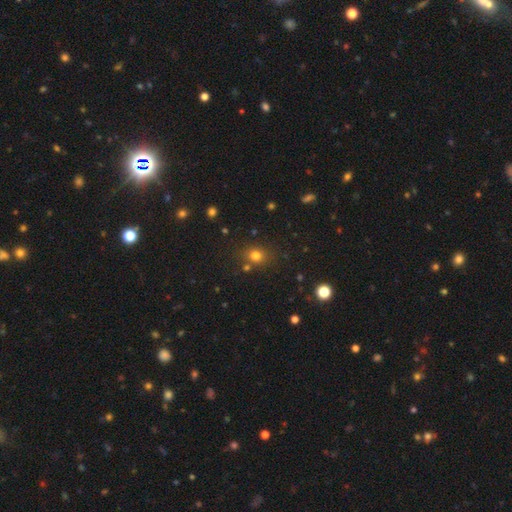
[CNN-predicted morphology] This is likely a smooth galaxy (75%). How rounded: likely round (68%). Merging: likely none (77%).